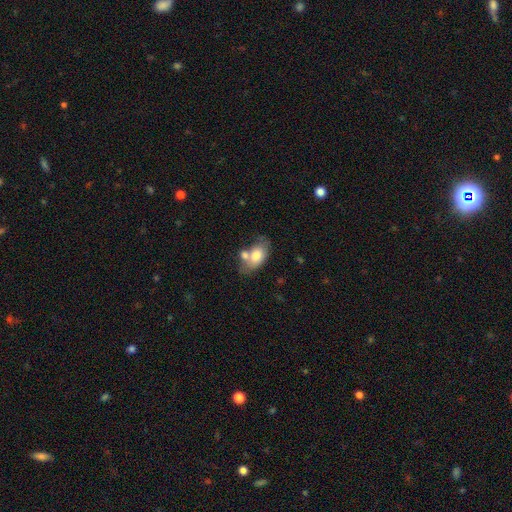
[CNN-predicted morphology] This appears to be a smooth galaxy with no disk features (74%) that is in between round and cigar-shaped (90%). Merging: none (41%).